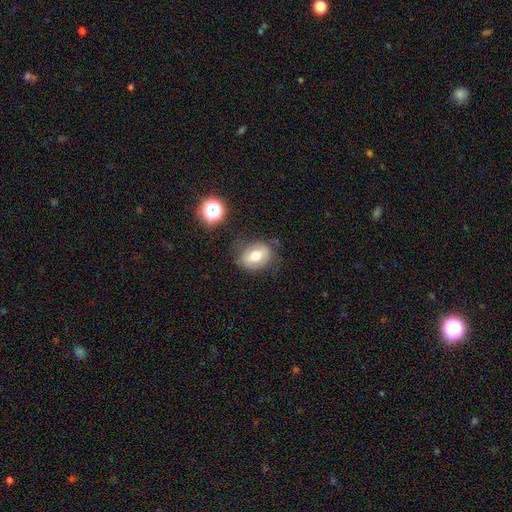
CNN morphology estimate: This appears to be a smooth galaxy with no disk features (65%) that is in between round and cigar-shaped (61%). Merging: none (71%).